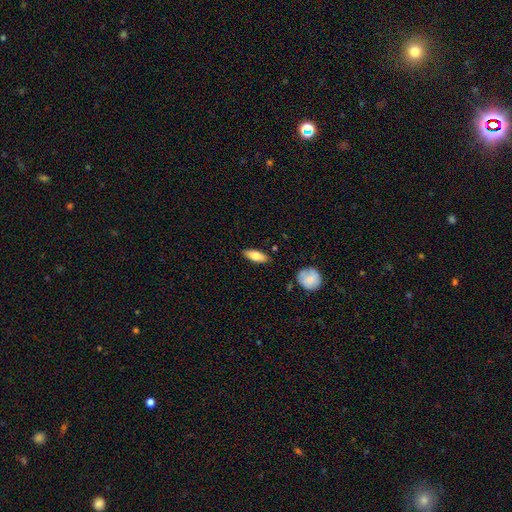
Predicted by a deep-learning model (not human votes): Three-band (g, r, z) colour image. It shows a smooth galaxy with no disk features (74%) that is in between round and cigar-shaped (73%). Merging: none (85%).